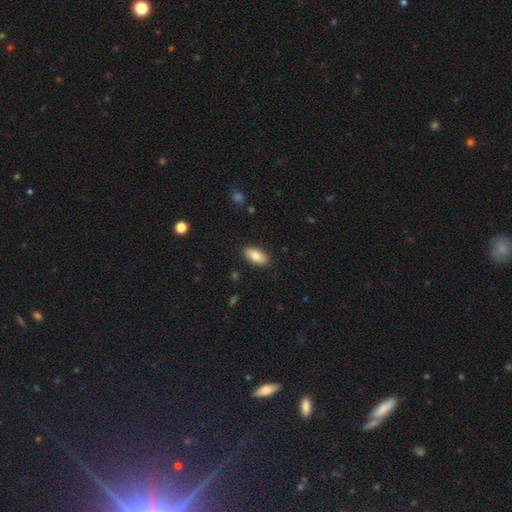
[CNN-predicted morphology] smooth 83%, featured or disk 11%, star or artifact 7%. Down the decision tree: how rounded — in between (90%); merging — none (89%).